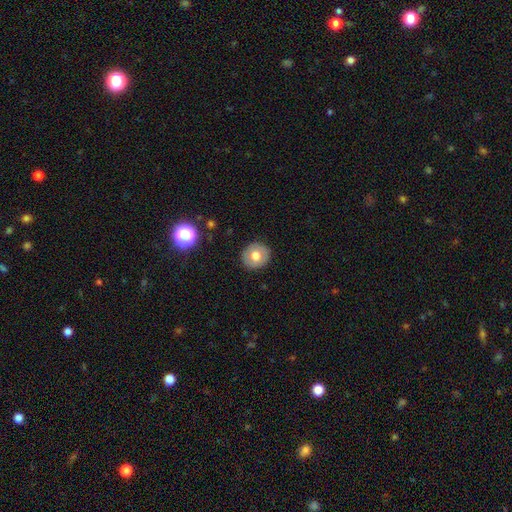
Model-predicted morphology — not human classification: Overall: smooth (71%). How rounded: round (86%). Merging: none (89%).